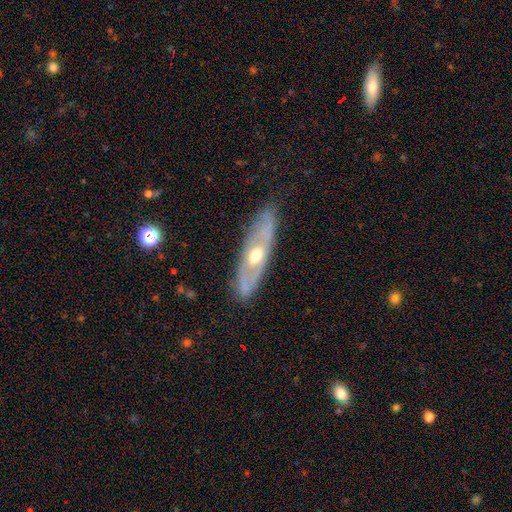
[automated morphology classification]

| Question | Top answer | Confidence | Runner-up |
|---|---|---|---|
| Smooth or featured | featured or disk | 69% | smooth (25%) |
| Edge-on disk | no | 63% | yes (37%) |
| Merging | none | 82% | minor disturbance (13%) |